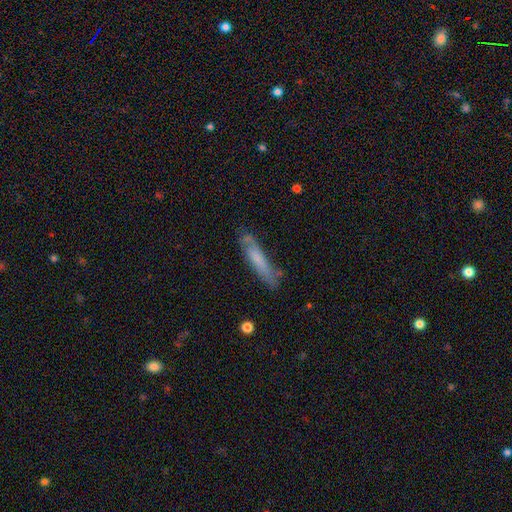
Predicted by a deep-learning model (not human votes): smooth_or_featured: smooth (p=0.56) [alt: featured or disk p=0.37]
how_rounded: cigar-shaped (p=0.87) [alt: in between p=0.12]
merging: none (p=0.71) [alt: minor disturbance p=0.21]